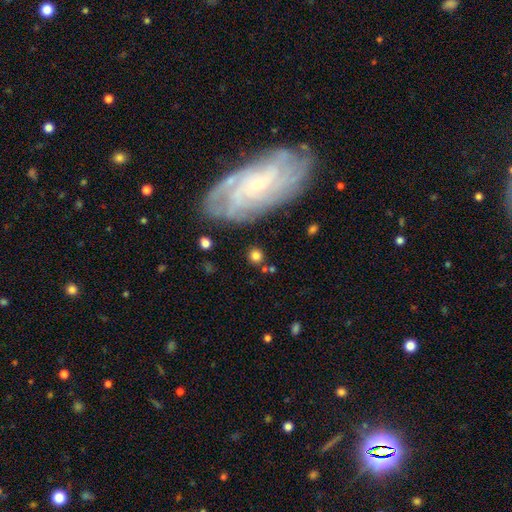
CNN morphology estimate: type=smooth (75%); roundness=round (88%); merging=none (82%).